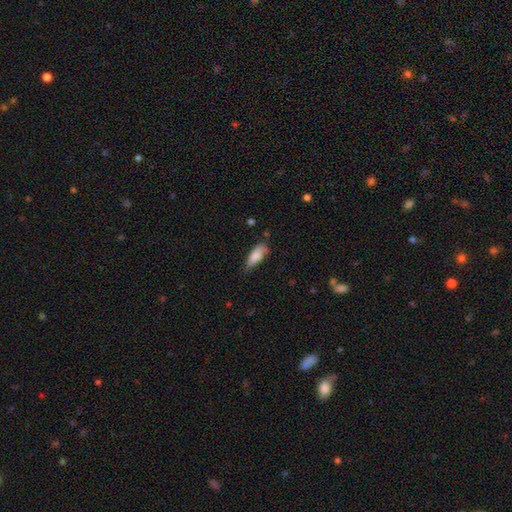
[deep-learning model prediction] Smooth or featured? Predicted: smooth (p=0.81). How rounded? Predicted: in between (p=0.70). Merging? Predicted: none (p=0.56).